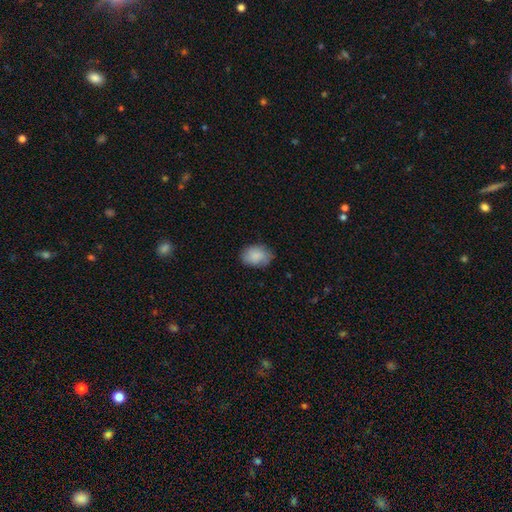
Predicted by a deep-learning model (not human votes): smooth_or_featured: smooth (p=0.87) [alt: star or artifact p=0.07]
how_rounded: in between (p=0.72) [alt: round p=0.26]
merging: none (p=0.78) [alt: minor disturbance p=0.17]